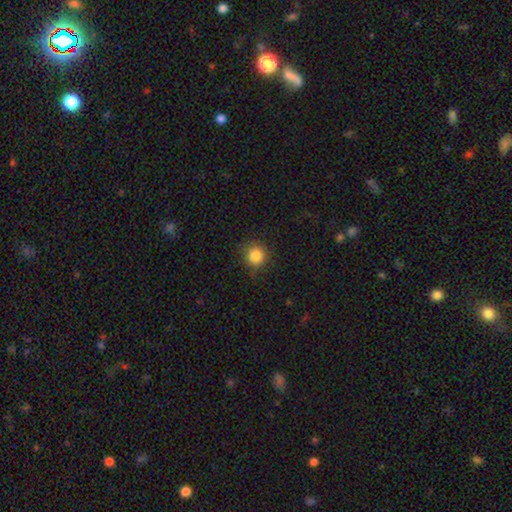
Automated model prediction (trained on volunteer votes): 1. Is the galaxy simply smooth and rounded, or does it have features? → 85% smooth, 11% star or artifact, 4% featured or disk.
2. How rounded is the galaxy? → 94% round, 6% in between, 1% cigar-shaped.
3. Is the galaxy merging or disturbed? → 86% none, 11% minor disturbance, 3% major disturbance, 1% merger.